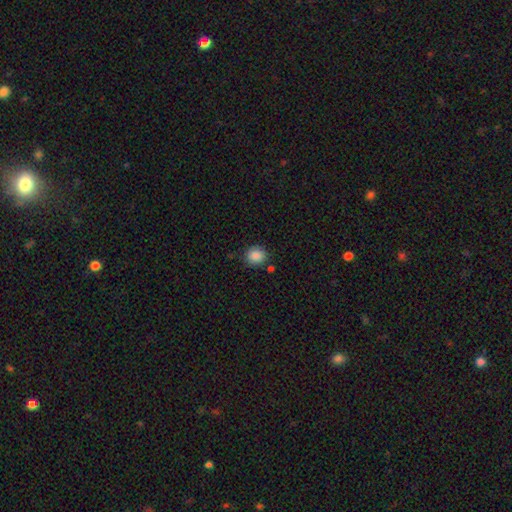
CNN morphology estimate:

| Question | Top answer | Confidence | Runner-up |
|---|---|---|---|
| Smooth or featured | smooth | 87% | star or artifact (9%) |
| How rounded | round | 84% | in between (15%) |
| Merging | none | 83% | minor disturbance (10%) |